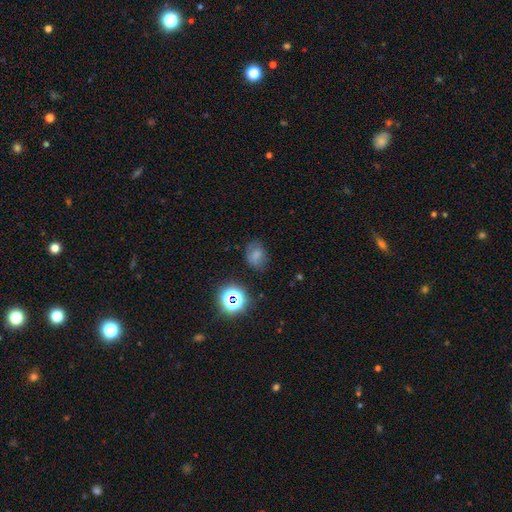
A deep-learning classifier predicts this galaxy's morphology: smooth_or_featured: smooth (p=0.66) [alt: star or artifact p=0.21]
how_rounded: in between (p=0.57) [alt: round p=0.42]
merging: none (p=0.67) [alt: minor disturbance p=0.22]